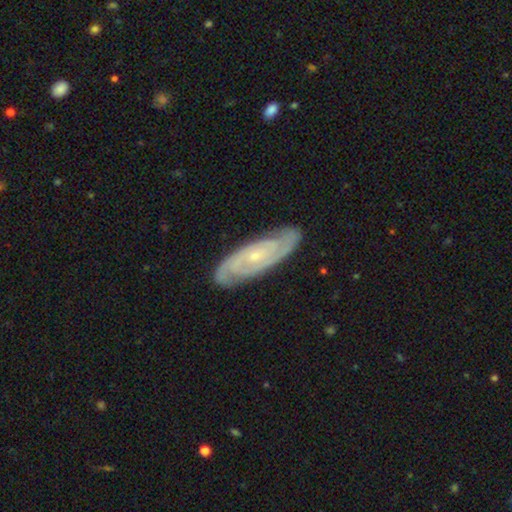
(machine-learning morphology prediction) type=featured or disk (86%); edge-on=no (90%); bar=no (65%); spiral arms=yes (97%); winding=tight (68%); arm count=2 (64%); bulge=small (78%); merging=none (84%).